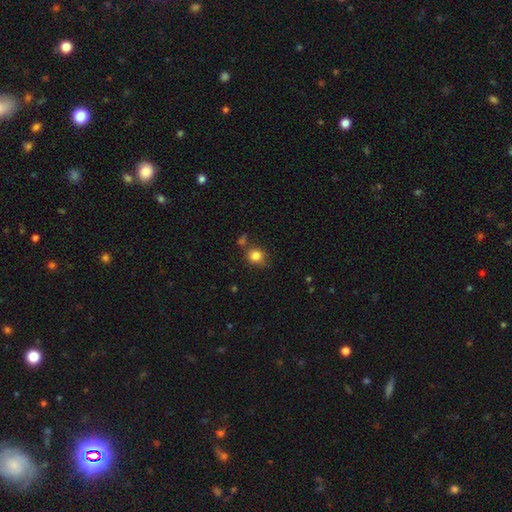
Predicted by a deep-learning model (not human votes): Overall: smooth (83%). How rounded: round (77%). Merging: none (69%).